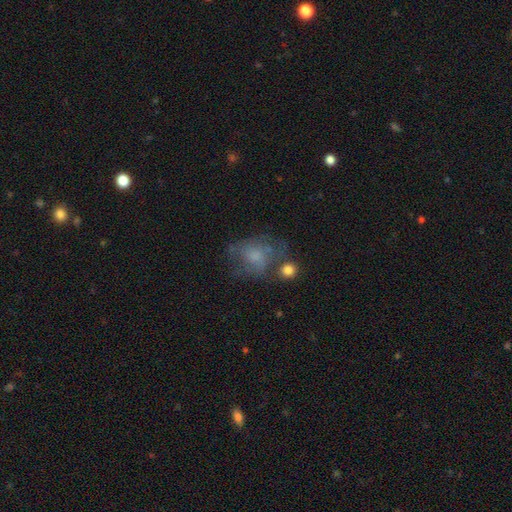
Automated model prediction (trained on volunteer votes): Smooth or featured?
  - smooth: 50% *
  - featured or disk: 37%
  - star or artifact: 13%
How rounded?
  - in between: 56% *
  - round: 43%
  - cigar-shaped: 1%
Merging?
  - none: 40% *
  - major disturbance: 25%
  - minor disturbance: 23%
  - merger: 11%